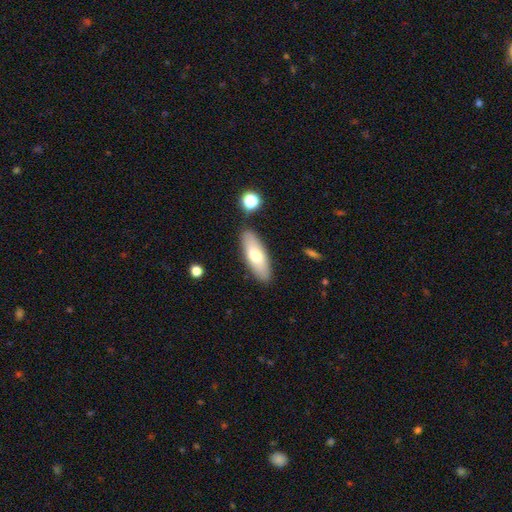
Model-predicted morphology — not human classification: A smooth galaxy with no disk features (67%) that is in between round and cigar-shaped (70%).

Vote fractions:
- Smooth or featured? smooth: 67% / featured or disk: 27% / star or artifact: 6%
- How rounded? in between: 70% / cigar-shaped: 28% / round: 2%
- Merging? none: 86% / minor disturbance: 9% / merger: 3% / major disturbance: 2%